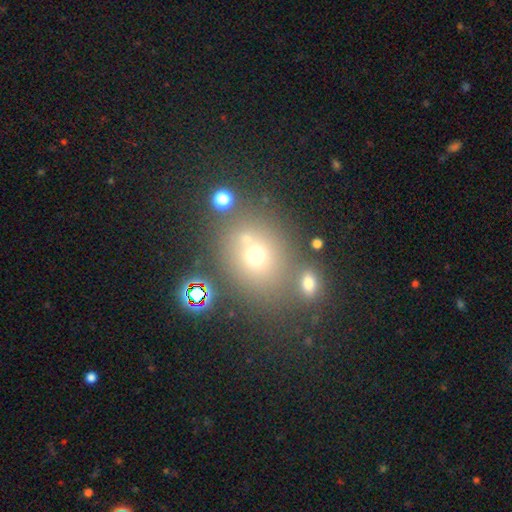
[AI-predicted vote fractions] Morphology: type=smooth (56%); roundness=round (64%); merging=none (62%).